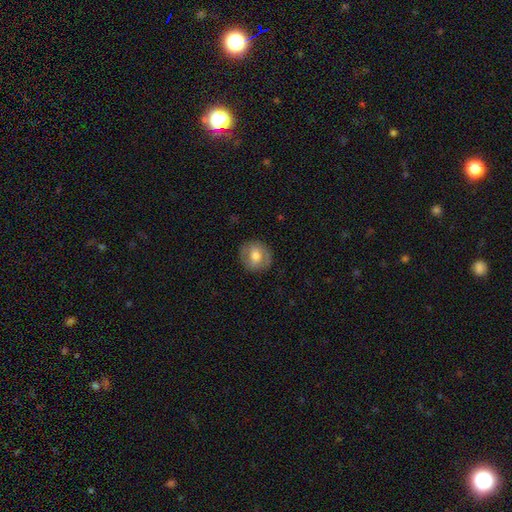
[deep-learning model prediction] Overall: smooth (52%; featured or disk 41%). How rounded: round (82%). Merging: none (84%).